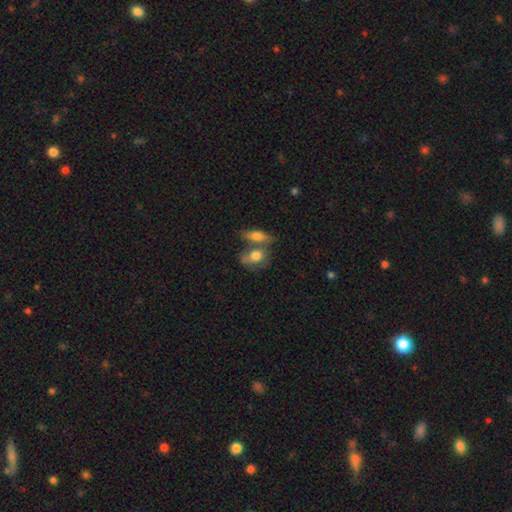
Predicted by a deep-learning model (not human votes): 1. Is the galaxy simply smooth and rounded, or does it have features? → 70% smooth, 23% featured or disk, 8% star or artifact.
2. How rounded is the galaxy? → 70% in between, 25% round, 6% cigar-shaped.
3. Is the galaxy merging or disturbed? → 46% merger, 36% none, 13% minor disturbance, 6% major disturbance.